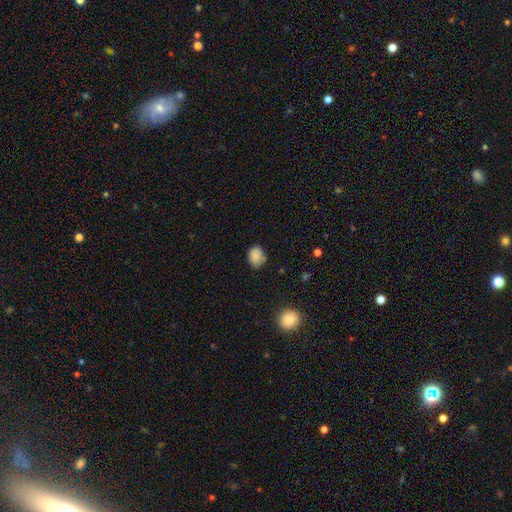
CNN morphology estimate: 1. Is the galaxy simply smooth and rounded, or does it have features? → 86% smooth, 10% star or artifact, 5% featured or disk.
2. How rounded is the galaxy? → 61% in between, 38% round, 1% cigar-shaped.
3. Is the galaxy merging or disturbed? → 74% none, 21% minor disturbance, 4% major disturbance, 2% merger.